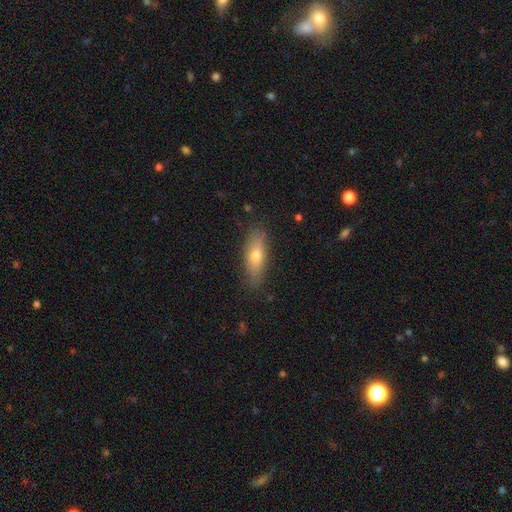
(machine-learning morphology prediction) Q: Smooth or featured?
A: smooth (62%); runner-up: featured or disk (31%)
Q: How rounded?
A: cigar-shaped (49%); runner-up: in between (48%)
Q: Merging?
A: none (84%); runner-up: minor disturbance (12%)